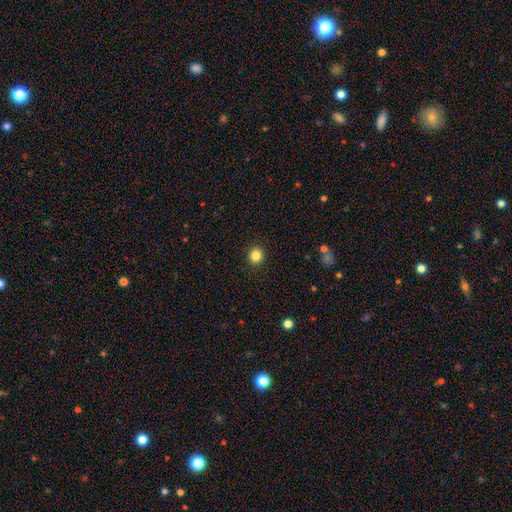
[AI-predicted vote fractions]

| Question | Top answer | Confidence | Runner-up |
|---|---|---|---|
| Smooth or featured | smooth | 85% | star or artifact (11%) |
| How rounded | round | 86% | in between (13%) |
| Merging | none | 92% | minor disturbance (5%) |